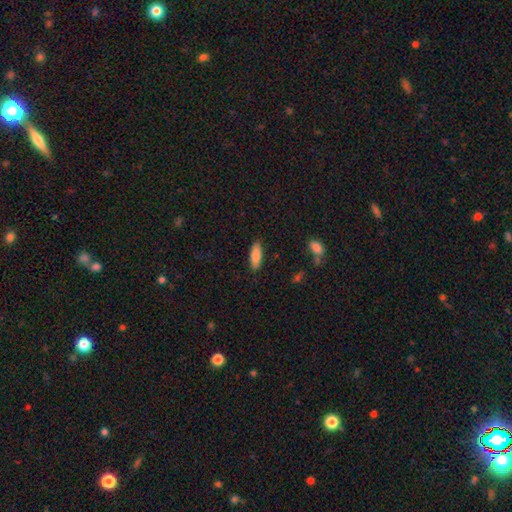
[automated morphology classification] smooth_or_featured: smooth (p=0.85) [alt: featured or disk p=0.09]
how_rounded: in between (p=0.56) [alt: cigar-shaped p=0.42]
merging: none (p=0.88) [alt: minor disturbance p=0.09]